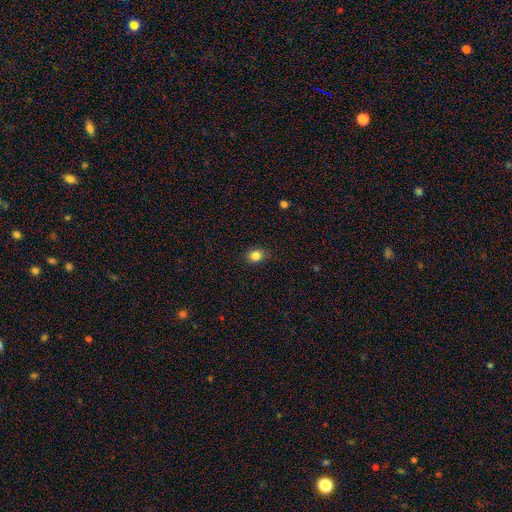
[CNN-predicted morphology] Smooth or featured?
  - smooth: 84% *
  - star or artifact: 11%
  - featured or disk: 5%
How rounded?
  - round: 58% *
  - in between: 41%
  - cigar-shaped: 1%
Merging?
  - none: 83% *
  - minor disturbance: 14%
  - major disturbance: 3%
  - merger: 1%